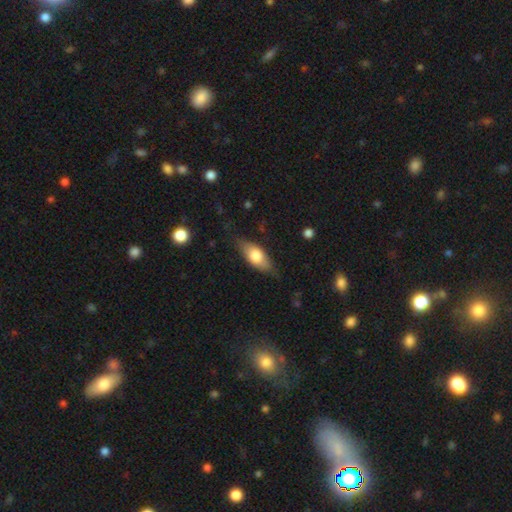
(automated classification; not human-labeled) Morphology: type=smooth (67%); roundness=in between (80%); merging=none (74%).